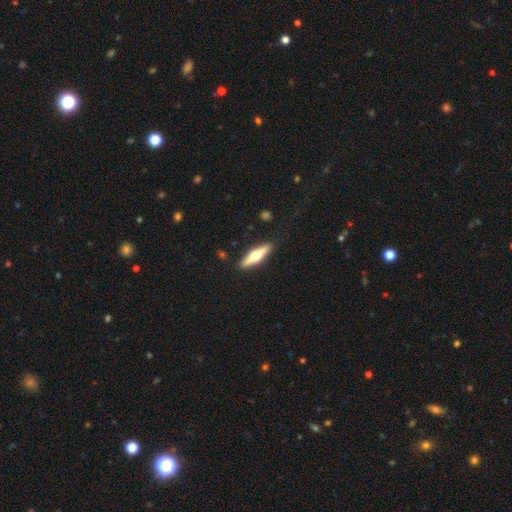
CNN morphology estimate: Smooth or featured? featured or disk (56%)
Edge-on disk? yes (94%)
Edge-on bulge? rounded (95%)
Merging? none (89%)